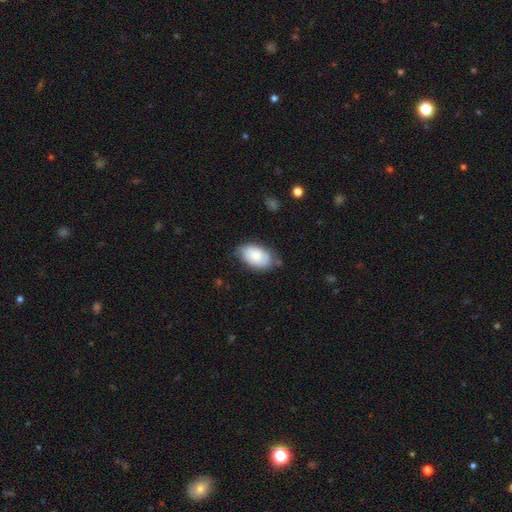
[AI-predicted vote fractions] smooth 77%, featured or disk 17%, star or artifact 6%. Down the decision tree: how rounded — in between (94%); merging — none (60%).